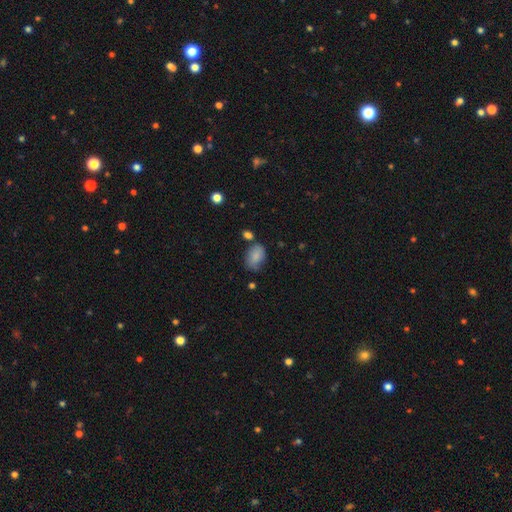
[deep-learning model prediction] Smooth or featured: smooth — 81% (featured or disk — 11%)
How rounded: in between — 85% (round — 14%)
Merging: none — 57% (minor disturbance — 28%)